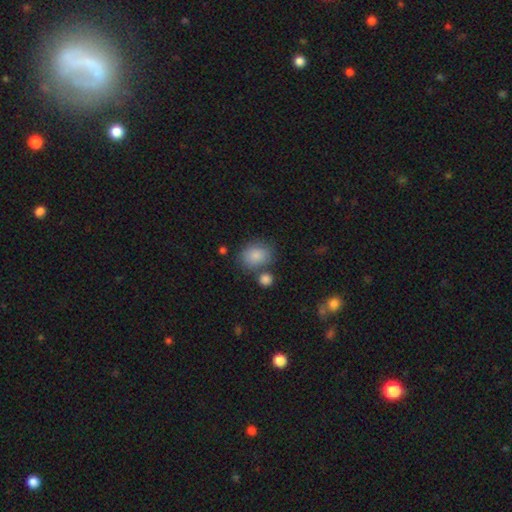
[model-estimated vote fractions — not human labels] smooth-or-featured: smooth: 85% | featured or disk: 8% | star or artifact: 8%
  how-rounded: in between: 55% | round: 44% | cigar-shaped: 1%
  merging: none: 63% | minor disturbance: 16% | merger: 15% | major disturbance: 6%